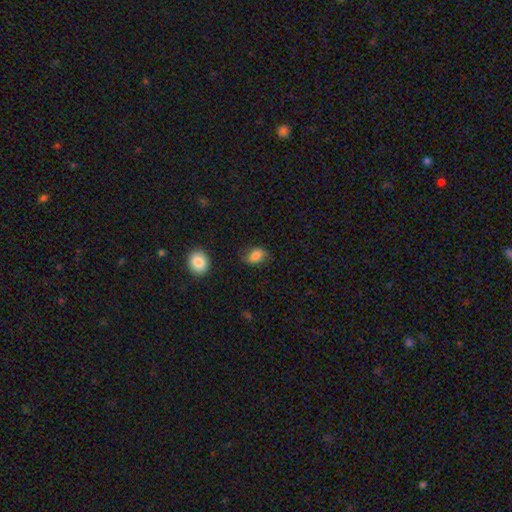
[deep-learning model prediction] smooth_or_featured: smooth (p=0.75) [alt: featured or disk p=0.16]
how_rounded: in between (p=0.76) [alt: round p=0.23]
merging: none (p=0.65) [alt: minor disturbance p=0.24]